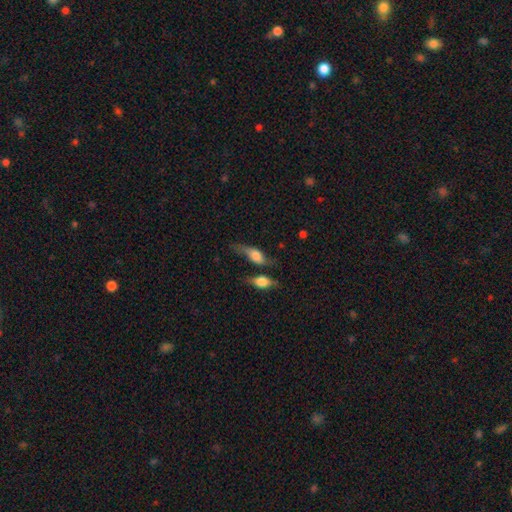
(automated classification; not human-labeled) A smooth galaxy with no disk features (50%) that is in between round and cigar-shaped (61%).

Vote fractions:
- Smooth or featured? smooth: 50% / featured or disk: 41% / star or artifact: 9%
- How rounded? in between: 61% / cigar-shaped: 31% / round: 8%
- Merging? none: 42% / minor disturbance: 23% / merger: 19% / major disturbance: 16%